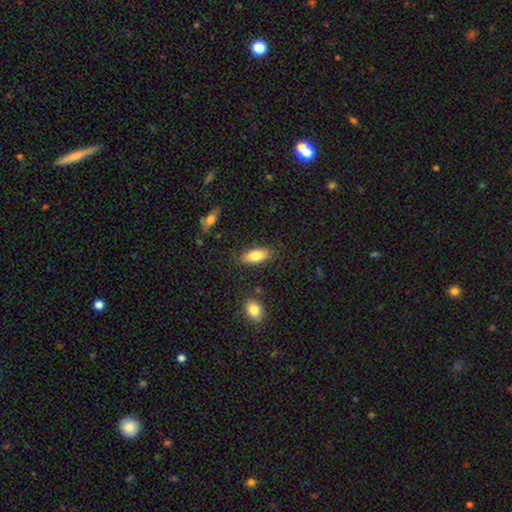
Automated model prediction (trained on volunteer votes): Morphology: type=smooth (80%); roundness=in between (84%); merging=none (82%).